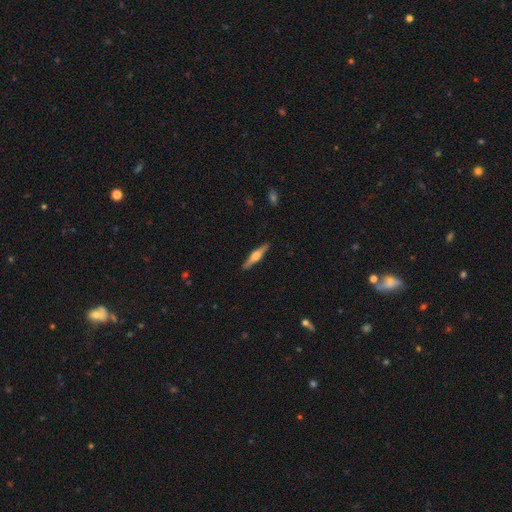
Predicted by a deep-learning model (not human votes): smooth_or_featured: featured or disk (p=0.68) [alt: smooth p=0.26]
disk_edge_on: yes (p=0.98) [alt: no p=0.02]
edge_on_bulge: rounded (p=0.92) [alt: boxy p=0.06]
merging: none (p=0.91) [alt: minor disturbance p=0.06]